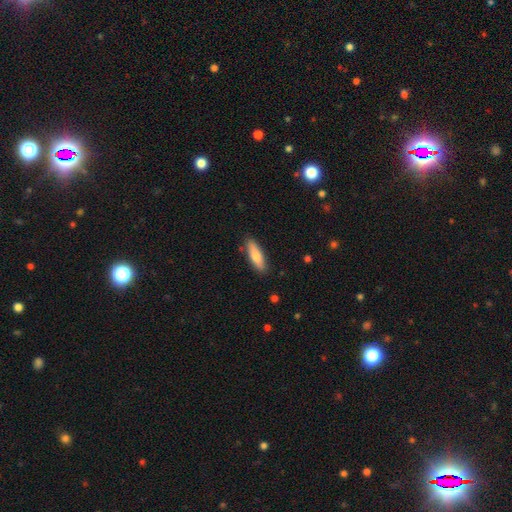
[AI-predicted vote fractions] This appears to be a smooth galaxy with no disk features (76%) that is cigar-shaped (58%). Merging: none (86%).